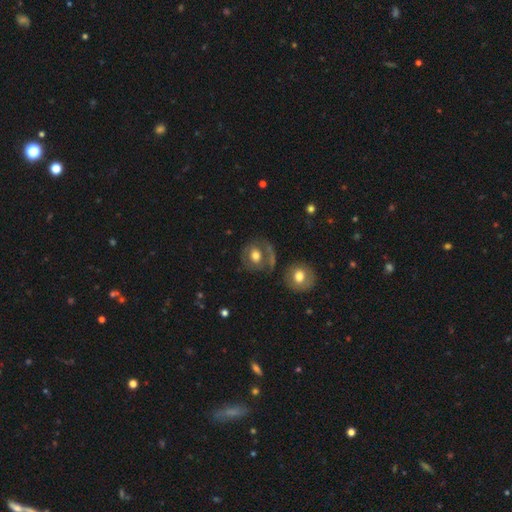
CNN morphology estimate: This is possibly a smooth galaxy (54%). How rounded: likely round (73%). Merging: likely none (65%).